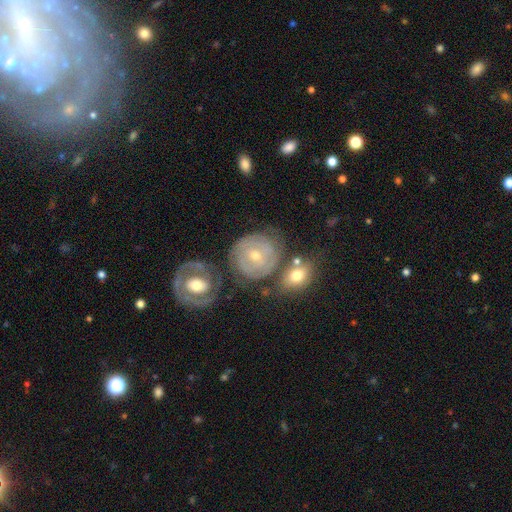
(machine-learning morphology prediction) Smooth or featured? Predicted: featured or disk (p=0.69). Edge-on disk? Predicted: no (p=0.97). Bar? Predicted: no (p=0.65). Spiral arms? Predicted: yes (p=0.82). Spiral winding? Predicted: tight (p=0.75). Spiral arm count? Predicted: 2 (p=0.42). Bulge size? Predicted: small (p=0.50). Merging? Predicted: none (p=0.65).